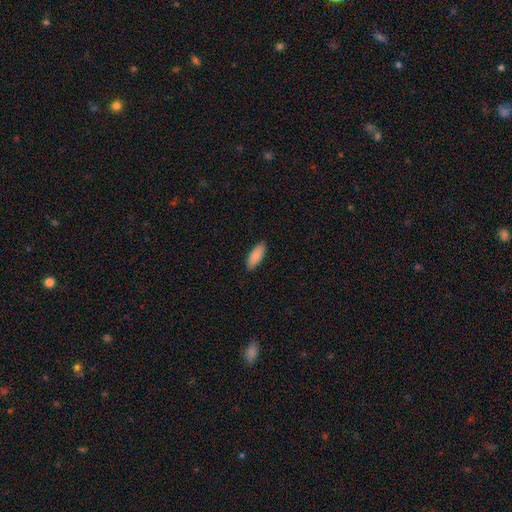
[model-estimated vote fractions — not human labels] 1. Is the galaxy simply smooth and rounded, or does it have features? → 89% smooth, 6% star or artifact, 5% featured or disk.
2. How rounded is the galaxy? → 76% in between, 22% cigar-shaped, 2% round.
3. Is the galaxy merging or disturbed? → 89% none, 9% minor disturbance, 2% major disturbance, 1% merger.